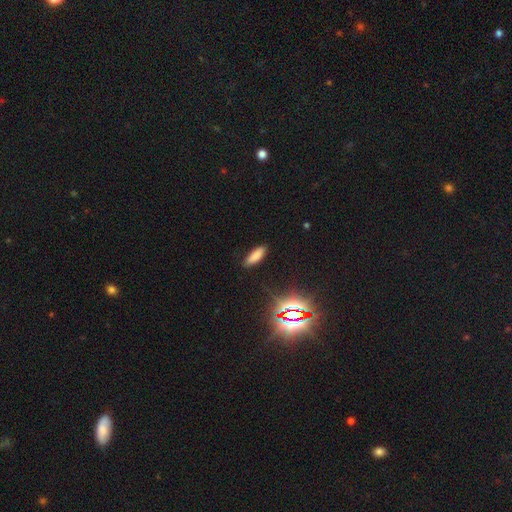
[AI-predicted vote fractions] smooth 77%, star or artifact 16%, featured or disk 7%. Down the decision tree: how rounded — in between (60%); merging — none (87%).